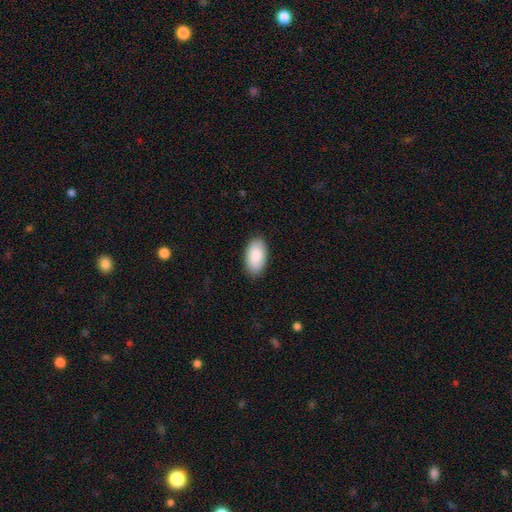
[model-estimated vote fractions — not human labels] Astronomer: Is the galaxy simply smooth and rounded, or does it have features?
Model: smooth — 89%.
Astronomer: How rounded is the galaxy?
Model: in between — 95%.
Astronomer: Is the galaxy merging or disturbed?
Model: none — 87%.